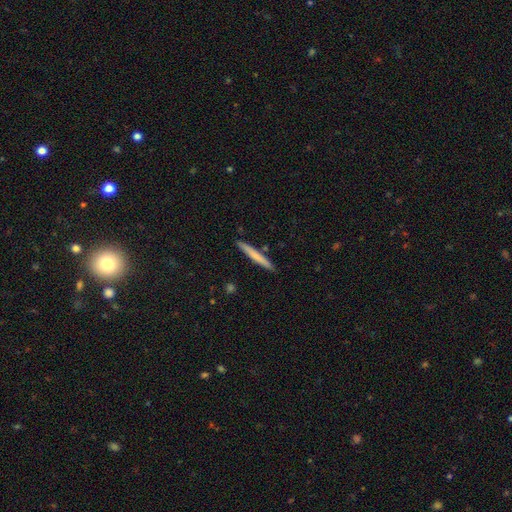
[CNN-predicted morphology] Overall: smooth (67%; featured or disk 27%). How rounded: cigar-shaped (97%). Merging: none (90%).